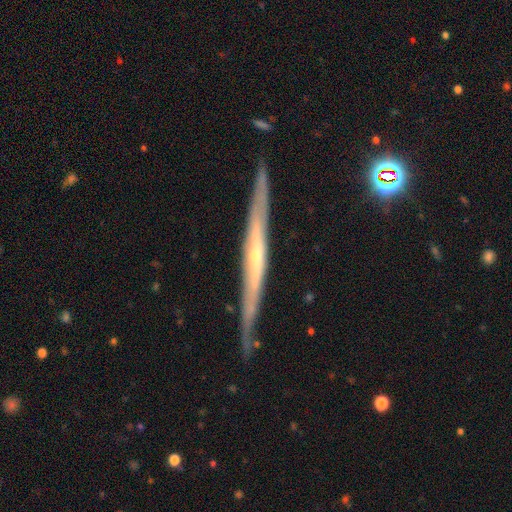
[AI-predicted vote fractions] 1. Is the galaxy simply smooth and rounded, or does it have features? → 78% featured or disk, 15% smooth, 7% star or artifact.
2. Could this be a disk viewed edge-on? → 94% yes, 6% no.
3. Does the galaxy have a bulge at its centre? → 53% none, 42% rounded, 5% boxy.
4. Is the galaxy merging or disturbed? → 82% none, 14% minor disturbance, 2% major disturbance, 2% merger.